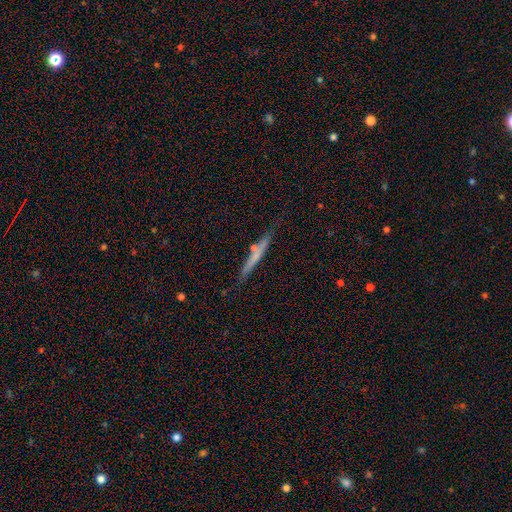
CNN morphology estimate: smooth-or-featured: smooth: 55% | featured or disk: 39% | star or artifact: 7%
  how-rounded: cigar-shaped: 95% | in between: 3% | round: 2%
  merging: none: 79% | minor disturbance: 14% | merger: 5% | major disturbance: 3%